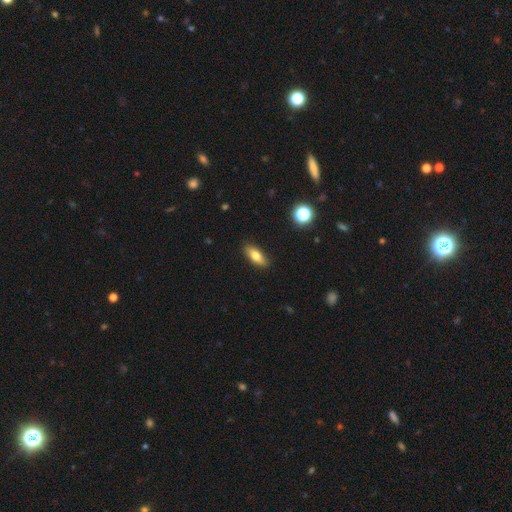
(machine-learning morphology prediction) Overall: smooth (75%). How rounded: in between (68%). Merging: none (88%).